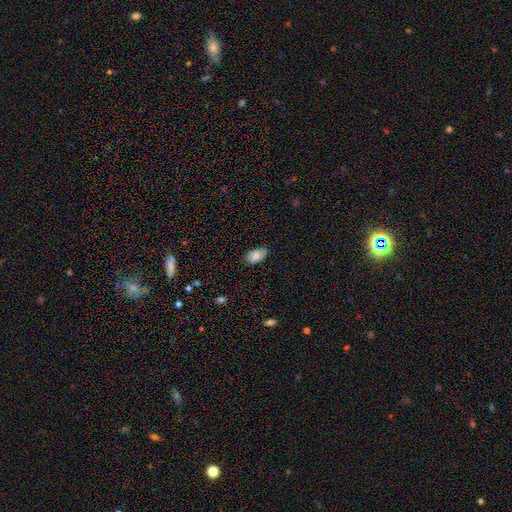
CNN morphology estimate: This appears to be a smooth galaxy with no disk features (80%) that is in between round and cigar-shaped (92%). Merging: none (68%).